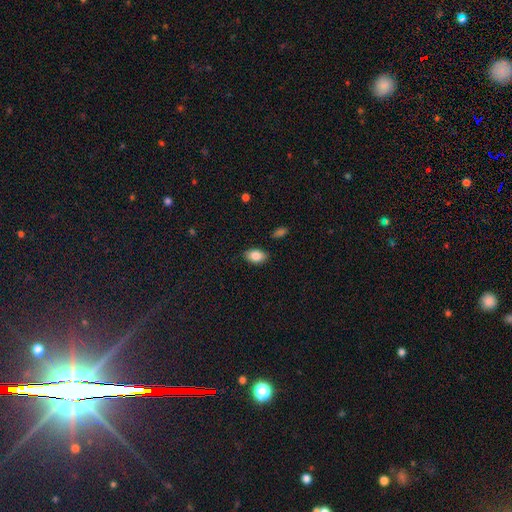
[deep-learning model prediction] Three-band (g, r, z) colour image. It shows a smooth galaxy with no disk features (85%) that is in between round and cigar-shaped (88%). Merging: none (86%).